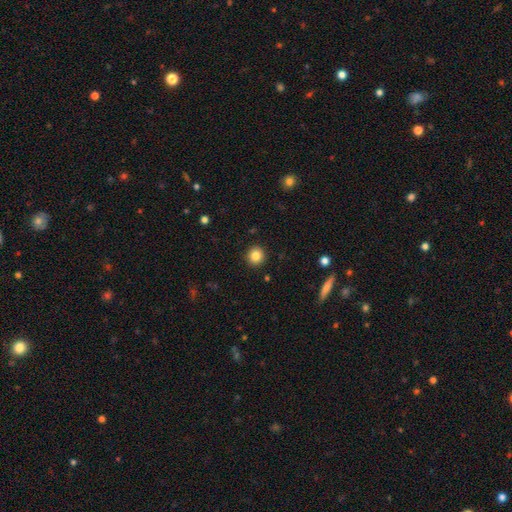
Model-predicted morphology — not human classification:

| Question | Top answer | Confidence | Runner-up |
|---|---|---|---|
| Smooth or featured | smooth | 84% | star or artifact (11%) |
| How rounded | round | 93% | in between (6%) |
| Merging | none | 92% | minor disturbance (5%) |